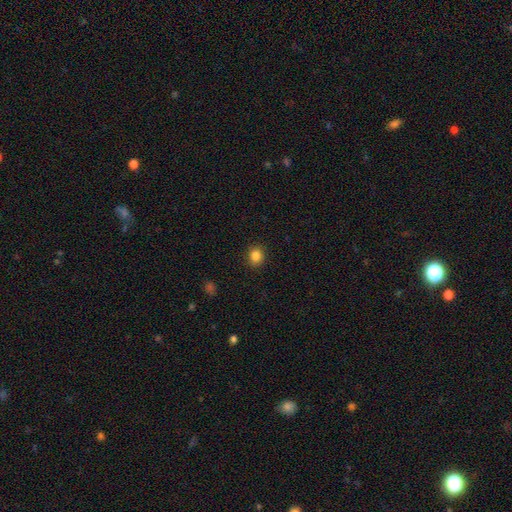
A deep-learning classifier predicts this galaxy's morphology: Smooth or featured: smooth — 85% (star or artifact — 11%)
How rounded: round — 73% (in between — 26%)
Merging: none — 90% (minor disturbance — 7%)